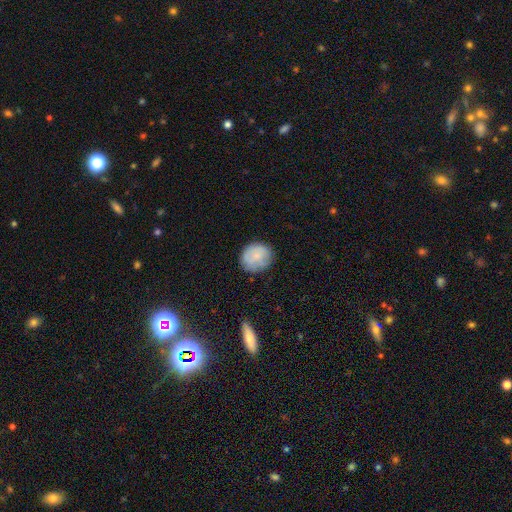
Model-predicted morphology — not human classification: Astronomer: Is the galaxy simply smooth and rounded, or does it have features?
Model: smooth — 77%.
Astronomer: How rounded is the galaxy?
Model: round — 78%.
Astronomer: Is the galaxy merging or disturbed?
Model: none — 80%.